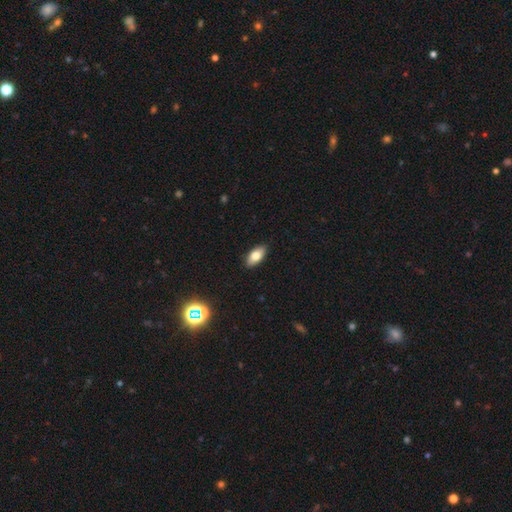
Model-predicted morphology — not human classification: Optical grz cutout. It shows a smooth galaxy with no disk features (79%) that is in between round and cigar-shaped (90%). Merging: none (90%).